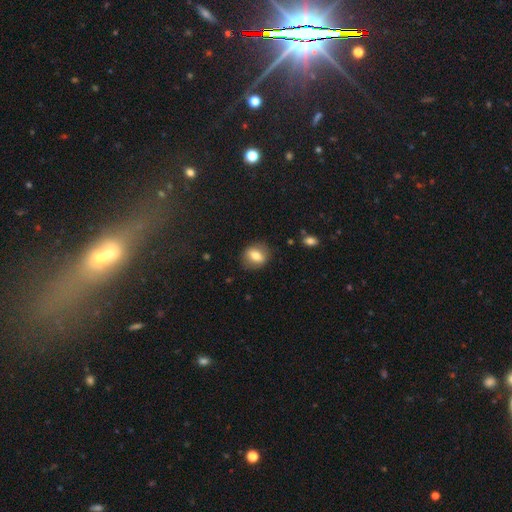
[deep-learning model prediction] This appears to be a smooth galaxy with no disk features (71%) that is round (52%). Merging: none (83%).